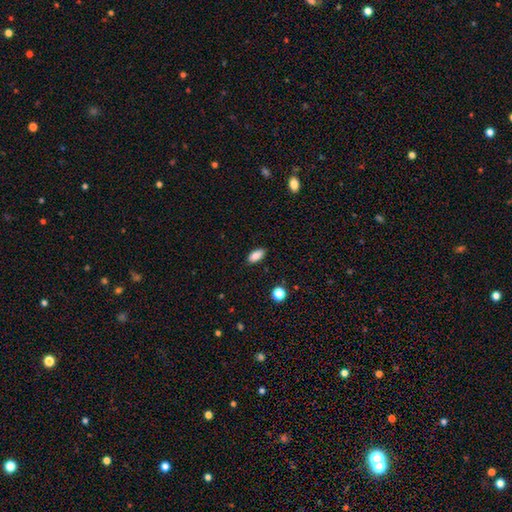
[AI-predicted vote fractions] This is clearly a smooth galaxy (87%). How rounded: clearly in between (89%). Merging: clearly none (86%).